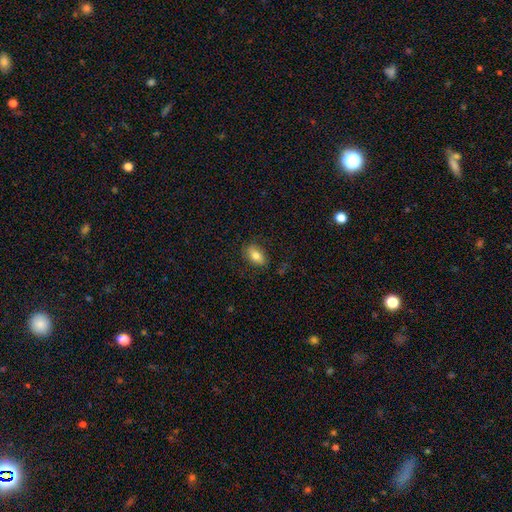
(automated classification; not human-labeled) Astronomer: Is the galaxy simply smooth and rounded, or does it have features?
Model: smooth — 79%.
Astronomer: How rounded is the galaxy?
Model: in between — 89%.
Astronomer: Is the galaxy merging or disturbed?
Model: none — 81%.